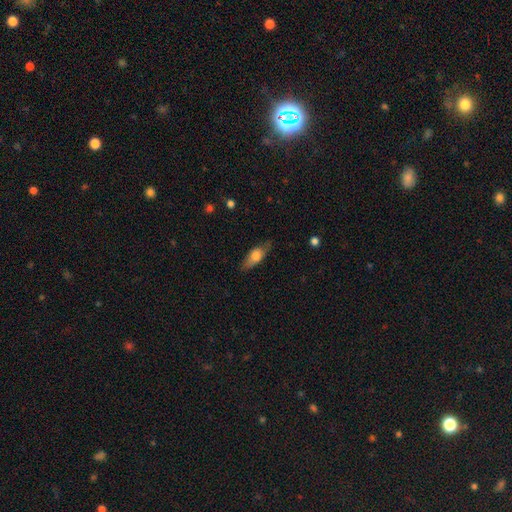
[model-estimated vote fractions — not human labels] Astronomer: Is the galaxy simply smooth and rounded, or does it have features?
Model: smooth — 64%.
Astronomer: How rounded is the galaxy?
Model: in between — 65%.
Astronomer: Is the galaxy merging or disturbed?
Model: none — 75%.